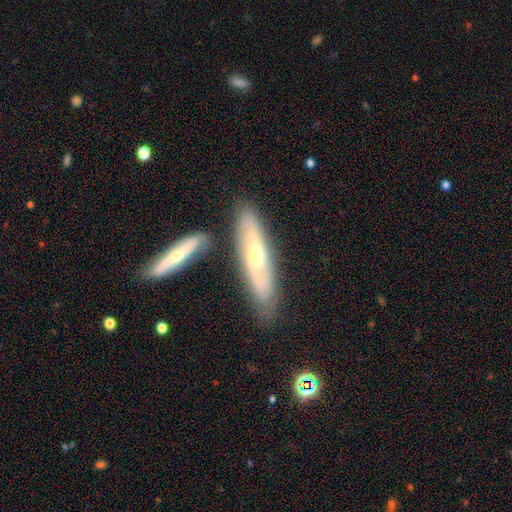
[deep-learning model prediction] A featured or disk galaxy (67%).

Vote fractions:
- Smooth or featured? featured or disk: 67% / smooth: 26% / star or artifact: 6%
- Edge-on disk? no: 59% / yes: 41%
- Merging? none: 73% / minor disturbance: 15% / merger: 8% / major disturbance: 4%